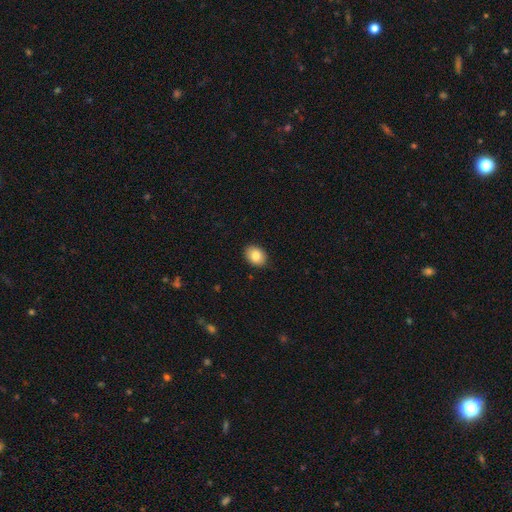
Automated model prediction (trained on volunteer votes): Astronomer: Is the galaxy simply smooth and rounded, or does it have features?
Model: smooth — 84%.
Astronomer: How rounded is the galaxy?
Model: in between — 62%.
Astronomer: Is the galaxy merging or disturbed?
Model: none — 89%.